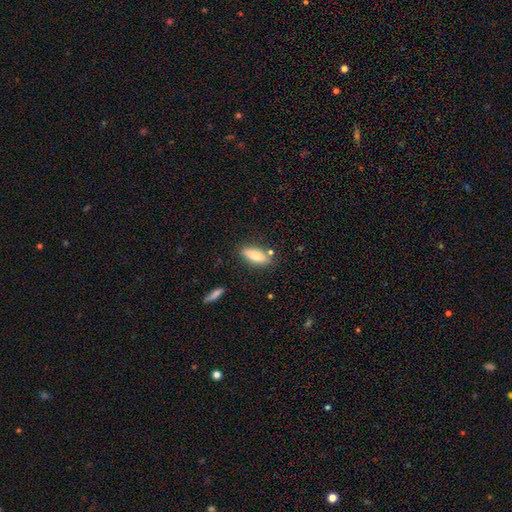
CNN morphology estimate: Smooth or featured?
  - smooth: 76% *
  - featured or disk: 18%
  - star or artifact: 7%
How rounded?
  - in between: 58% *
  - cigar-shaped: 40%
  - round: 2%
Merging?
  - none: 78% *
  - minor disturbance: 13%
  - merger: 6%
  - major disturbance: 3%